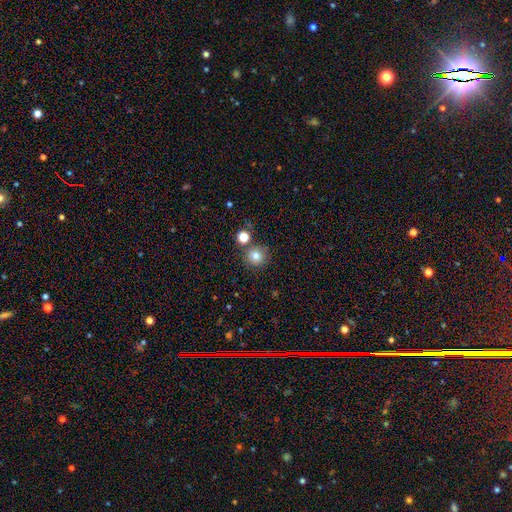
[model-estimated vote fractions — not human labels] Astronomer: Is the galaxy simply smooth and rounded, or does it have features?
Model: smooth — 78%.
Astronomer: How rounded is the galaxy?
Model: round — 94%.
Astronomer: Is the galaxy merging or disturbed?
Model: none — 80%.